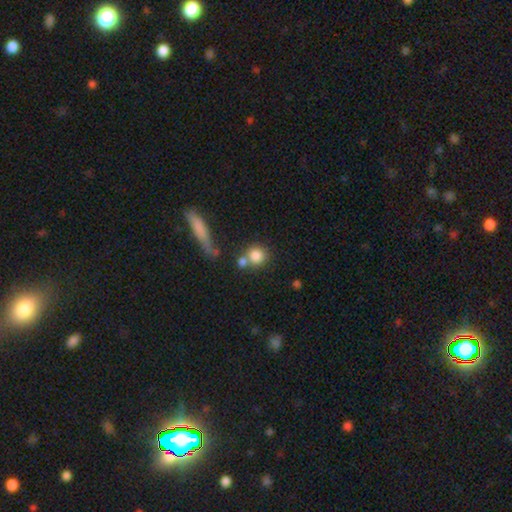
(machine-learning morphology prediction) Smooth or featured? smooth (81%)
How rounded? round (87%)
Merging? none (58%)